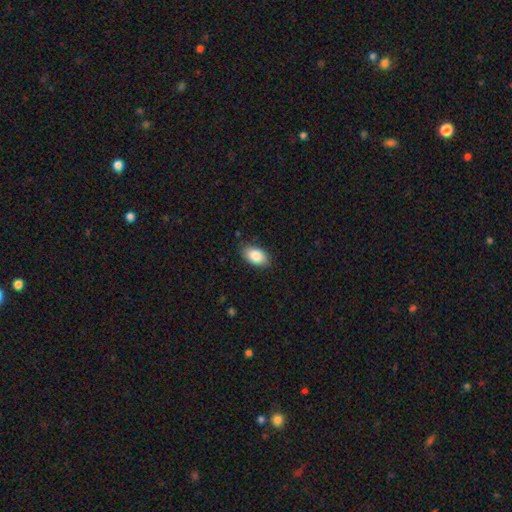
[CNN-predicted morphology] smooth_or_featured: smooth (p=0.87) [alt: star or artifact p=0.07]
how_rounded: in between (p=0.94) [alt: round p=0.05]
merging: none (p=0.86) [alt: minor disturbance p=0.11]